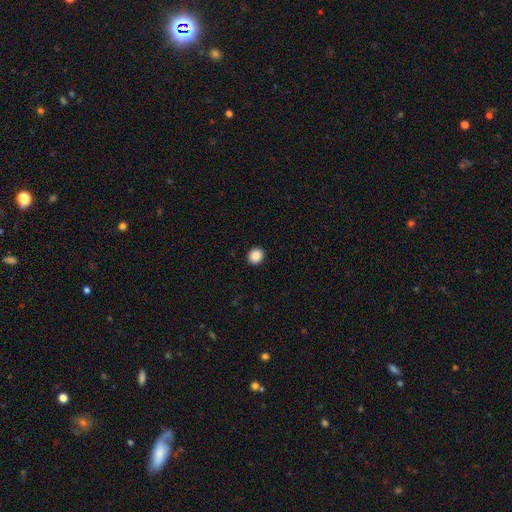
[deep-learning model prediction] Smooth or featured? Predicted: smooth (p=0.88). How rounded? Predicted: round (p=0.89). Merging? Predicted: none (p=0.93).